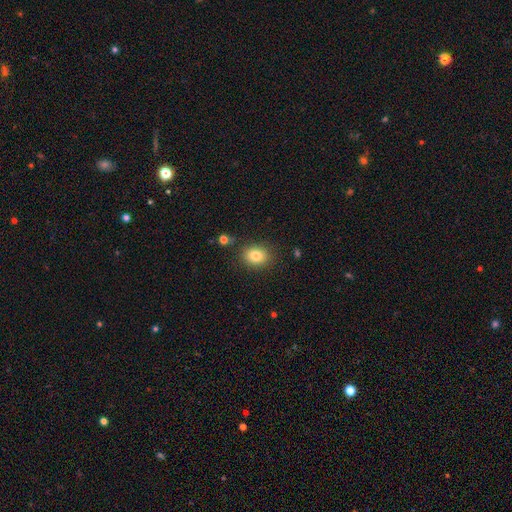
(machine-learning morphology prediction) A smooth galaxy with no disk features (82%) that is in between round and cigar-shaped (52%).

Vote fractions:
- Smooth or featured? smooth: 82% / star or artifact: 10% / featured or disk: 8%
- How rounded? in between: 52% / round: 47% / cigar-shaped: 1%
- Merging? none: 85% / minor disturbance: 10% / major disturbance: 3% / merger: 2%